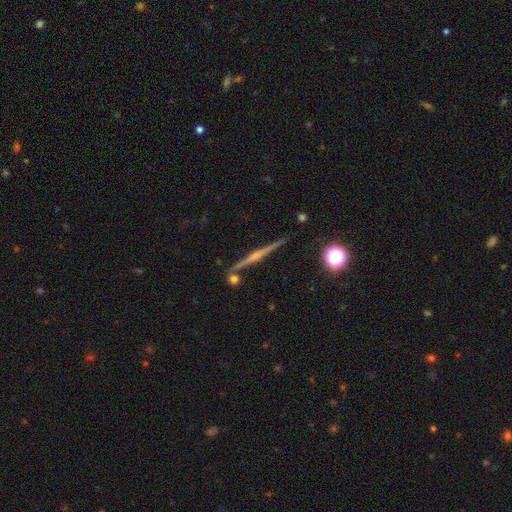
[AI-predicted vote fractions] smooth_or_featured: featured or disk (p=0.79) [alt: smooth p=0.13]
disk_edge_on: yes (p=0.98) [alt: no p=0.02]
edge_on_bulge: rounded (p=0.74) [alt: none p=0.17]
merging: none (p=0.86) [alt: minor disturbance p=0.07]